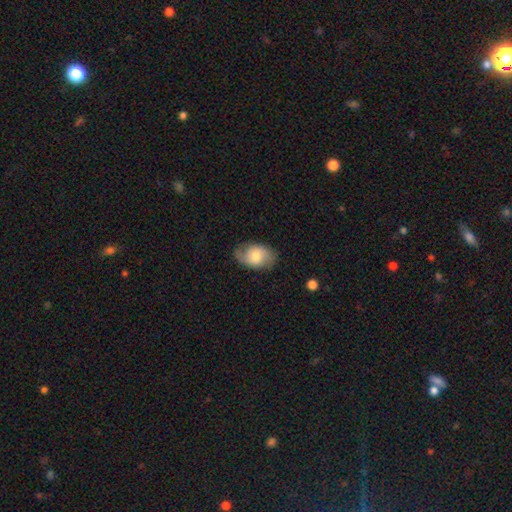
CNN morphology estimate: smooth_or_featured: smooth (p=0.62) [alt: featured or disk p=0.31]
how_rounded: in between (p=0.86) [alt: round p=0.12]
merging: none (p=0.72) [alt: minor disturbance p=0.21]